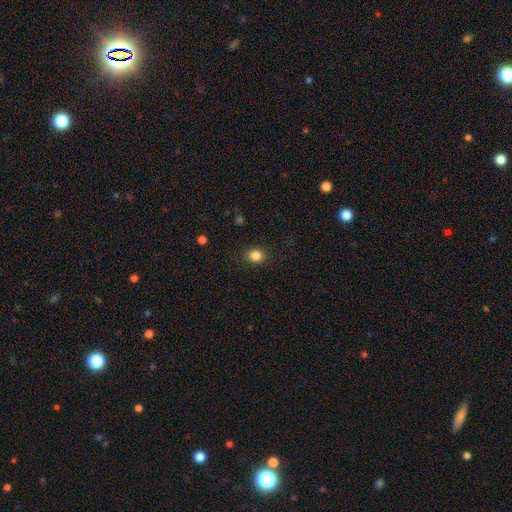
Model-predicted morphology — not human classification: Overall: smooth (85%). How rounded: round (67%; in between 33%). Merging: none (89%).